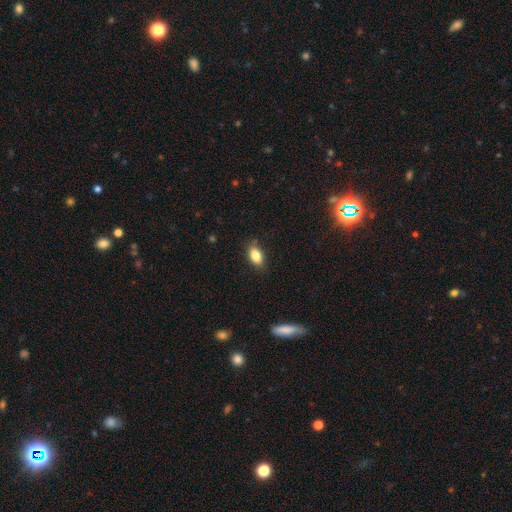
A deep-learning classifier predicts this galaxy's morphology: smooth_or_featured: smooth (p=0.84) [alt: featured or disk p=0.08]
how_rounded: in between (p=0.89) [alt: round p=0.07]
merging: none (p=0.82) [alt: minor disturbance p=0.14]